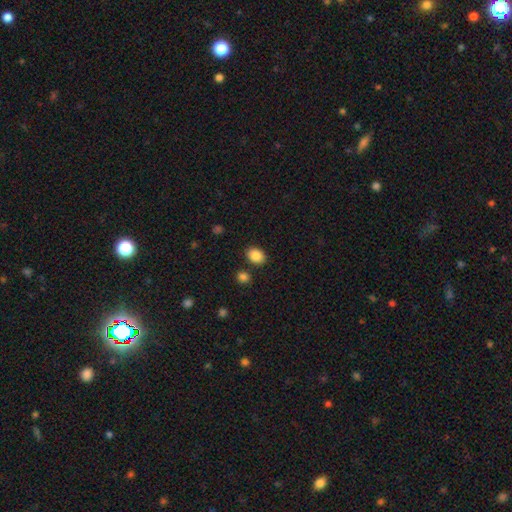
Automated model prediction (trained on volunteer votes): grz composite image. It shows a smooth galaxy with no disk features (88%) that is in between round and cigar-shaped (64%). Merging: none (84%).